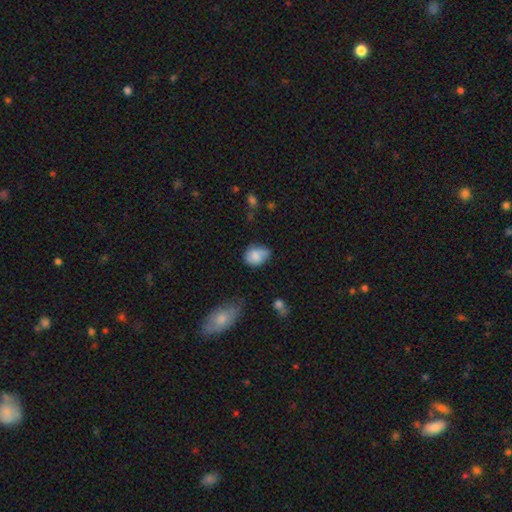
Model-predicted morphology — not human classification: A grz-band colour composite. It shows a smooth galaxy with no disk features (74%) that is in between round and cigar-shaped (64%). Merging: none (50%).